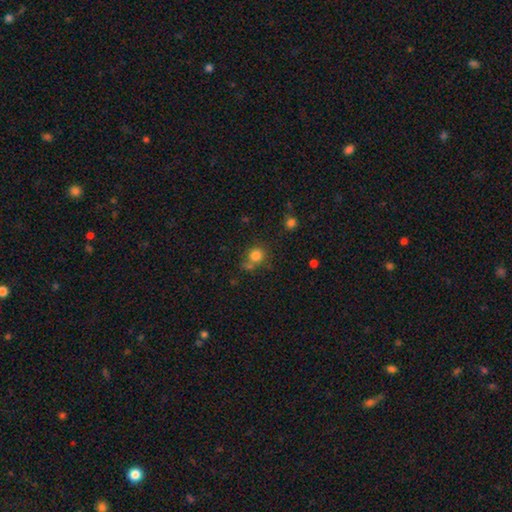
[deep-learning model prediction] Smooth or featured: smooth — 80% (star or artifact — 13%)
How rounded: round — 86% (in between — 13%)
Merging: none — 61% (merger — 19%)